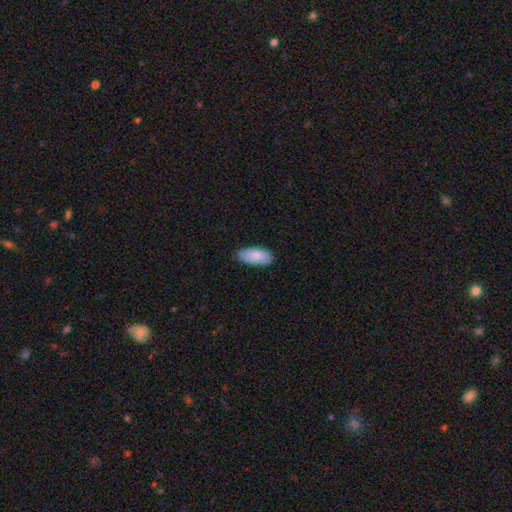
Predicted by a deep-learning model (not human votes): A smooth galaxy with no disk features (87%) that is in between round and cigar-shaped (91%). Merging: none (83%).